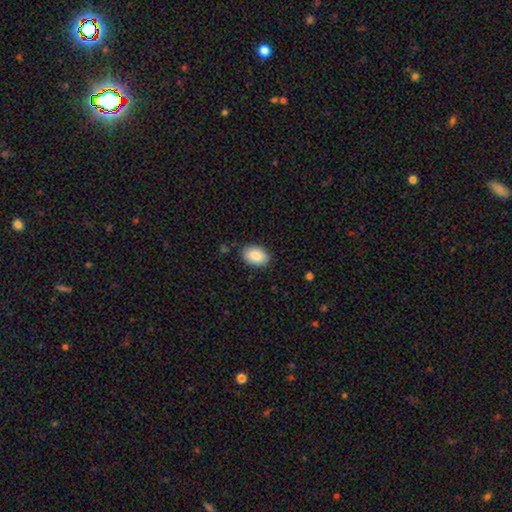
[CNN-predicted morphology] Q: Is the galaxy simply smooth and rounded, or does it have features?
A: smooth — 88%.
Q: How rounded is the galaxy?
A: in between — 87%.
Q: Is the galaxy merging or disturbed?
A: none — 87%.